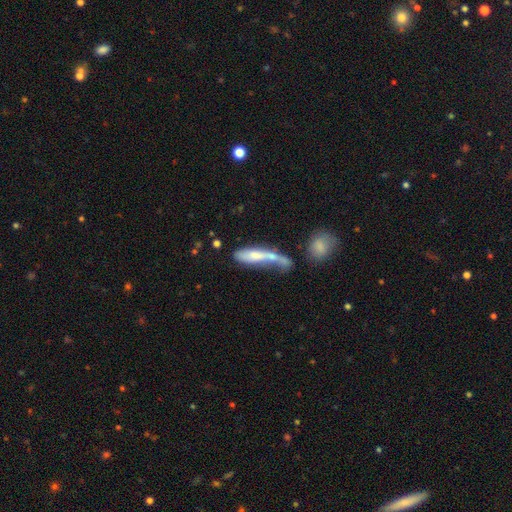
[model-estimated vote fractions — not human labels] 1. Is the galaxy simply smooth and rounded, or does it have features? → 59% smooth, 33% featured or disk, 8% star or artifact.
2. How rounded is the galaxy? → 68% cigar-shaped, 29% in between, 3% round.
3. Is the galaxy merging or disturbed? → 43% merger, 22% none, 19% major disturbance, 16% minor disturbance.